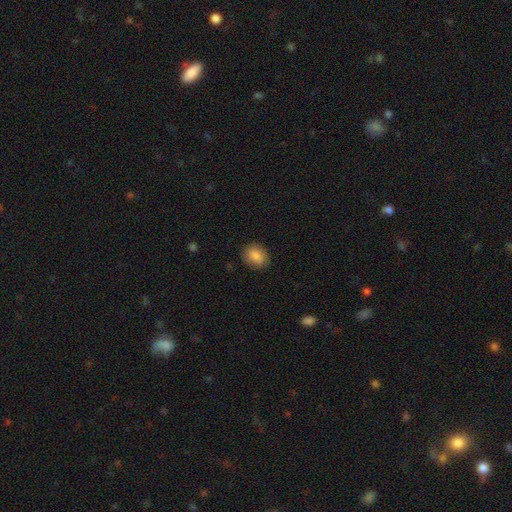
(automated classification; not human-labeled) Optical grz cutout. It shows a smooth galaxy with no disk features (87%) that is in between round and cigar-shaped (54%). Merging: none (86%).